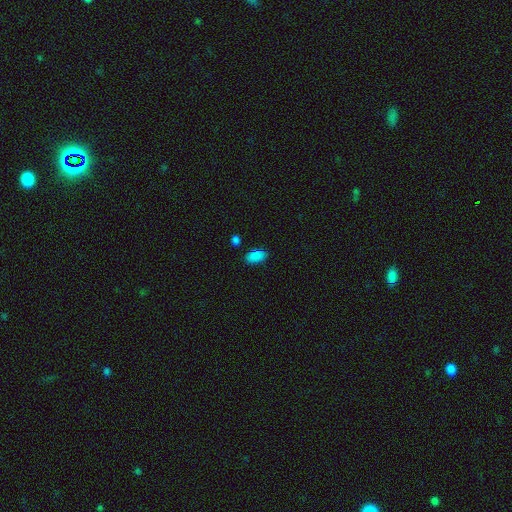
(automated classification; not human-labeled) The model was most divided on "merging": none: 82%, minor disturbance: 11%, merger: 4%, major disturbance: 3%. More confident: how rounded — in between (93%); smooth or featured — smooth (87%).